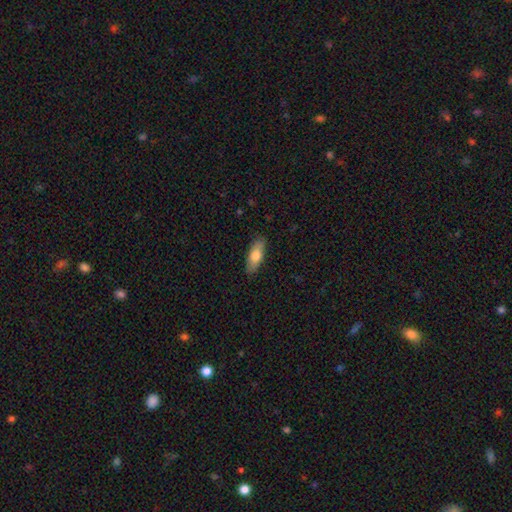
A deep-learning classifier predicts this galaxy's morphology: type=smooth (72%); roundness=in between (71%); merging=none (87%).